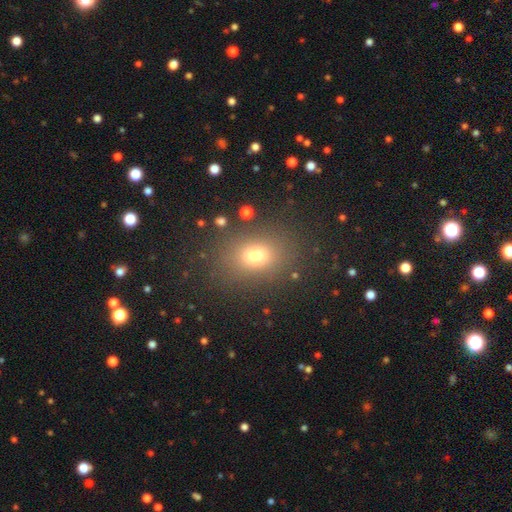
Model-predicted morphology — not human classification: Overall: smooth (71%). How rounded: in between (56%; round 42%). Merging: none (82%).